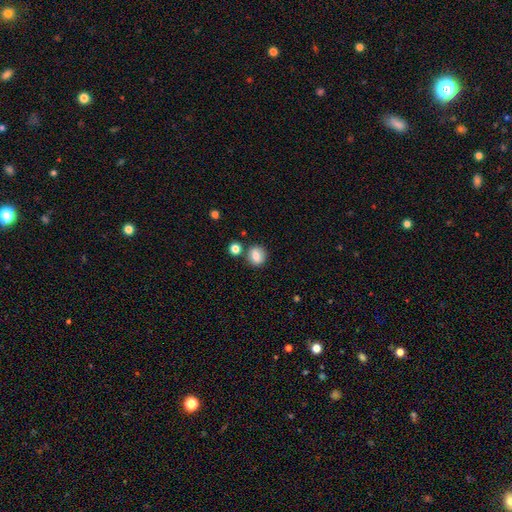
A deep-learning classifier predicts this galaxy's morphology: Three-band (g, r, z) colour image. It shows a smooth galaxy with no disk features (78%) that is round (76%). Merging: none (76%).